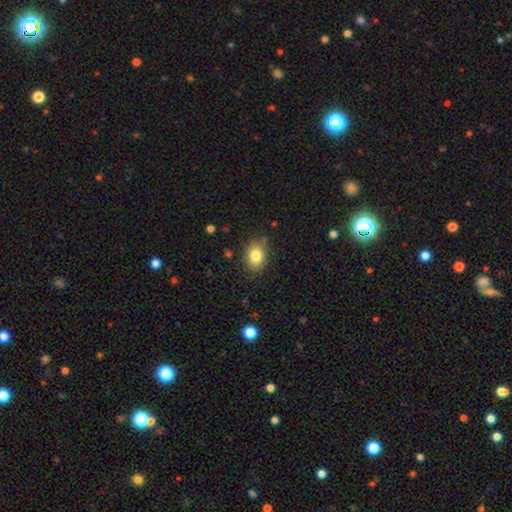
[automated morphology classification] Smooth or featured?
  - smooth: 83% *
  - star or artifact: 9%
  - featured or disk: 9%
How rounded?
  - in between: 70% *
  - round: 29%
  - cigar-shaped: 1%
Merging?
  - none: 81% *
  - minor disturbance: 14%
  - major disturbance: 3%
  - merger: 2%